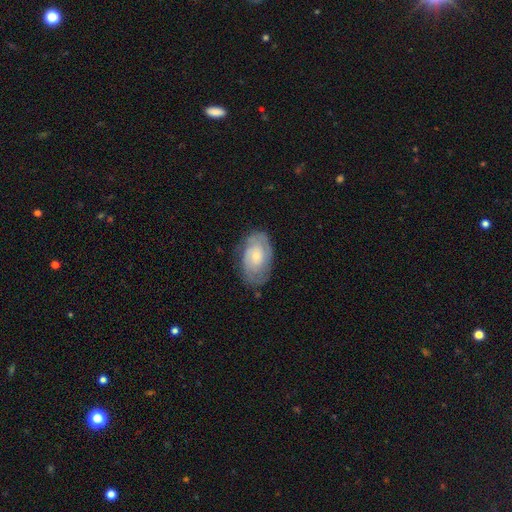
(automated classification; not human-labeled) Q: Smooth or featured?
A: featured or disk (62%); runner-up: smooth (31%)
Q: Edge-on disk?
A: no (96%); runner-up: yes (4%)
Q: Bar?
A: no (75%); runner-up: weak (22%)
Q: Spiral arms?
A: yes (83%); runner-up: no (17%)
Q: Bulge size?
A: small (58%); runner-up: moderate (32%)
Q: Merging?
A: none (72%); runner-up: minor disturbance (20%)